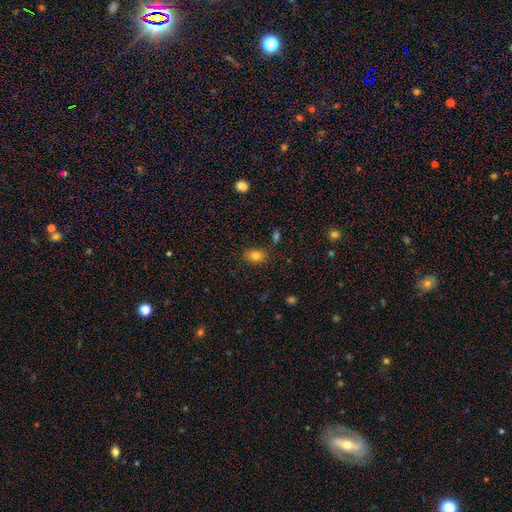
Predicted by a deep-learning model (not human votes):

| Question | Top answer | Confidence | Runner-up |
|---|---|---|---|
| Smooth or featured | smooth | 81% | star or artifact (11%) |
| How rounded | in between | 76% | round (23%) |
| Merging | none | 82% | minor disturbance (12%) |